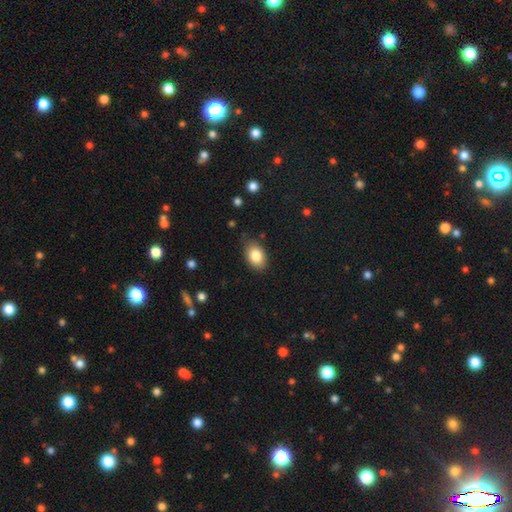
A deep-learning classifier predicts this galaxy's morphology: Overall: smooth (85%). How rounded: in between (87%). Merging: none (82%).